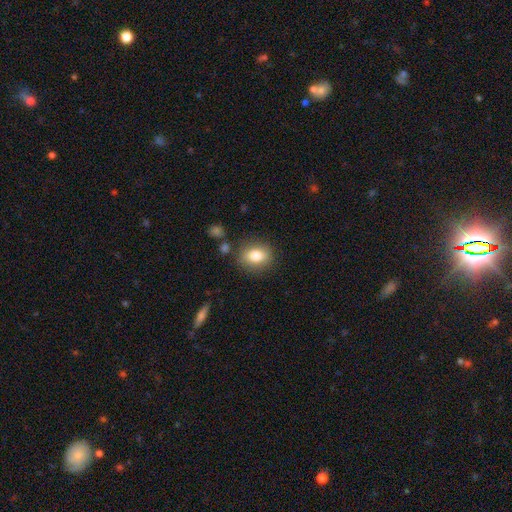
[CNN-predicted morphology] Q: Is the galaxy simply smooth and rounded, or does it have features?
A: smooth — 80%.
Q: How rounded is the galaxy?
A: in between — 52%.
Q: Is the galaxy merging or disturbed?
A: none — 83%.